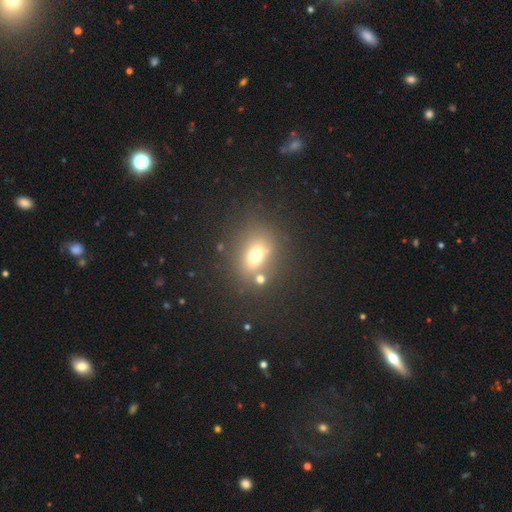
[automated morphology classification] This is likely a smooth galaxy (67%). How rounded: possibly in between (52%). Merging: likely none (67%).